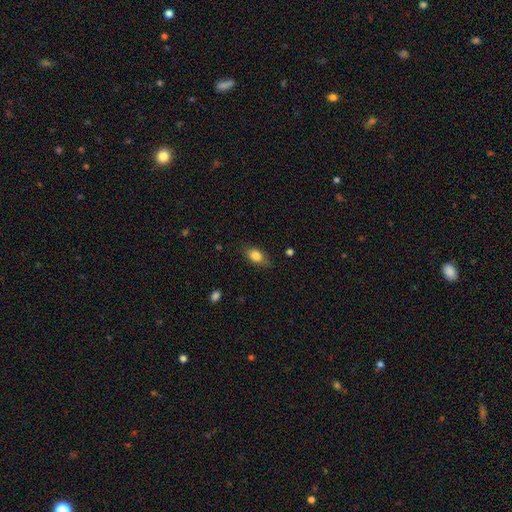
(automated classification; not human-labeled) Q: Smooth or featured?
A: smooth (82%); runner-up: featured or disk (10%)
Q: How rounded?
A: in between (80%); runner-up: round (14%)
Q: Merging?
A: none (75%); runner-up: minor disturbance (19%)